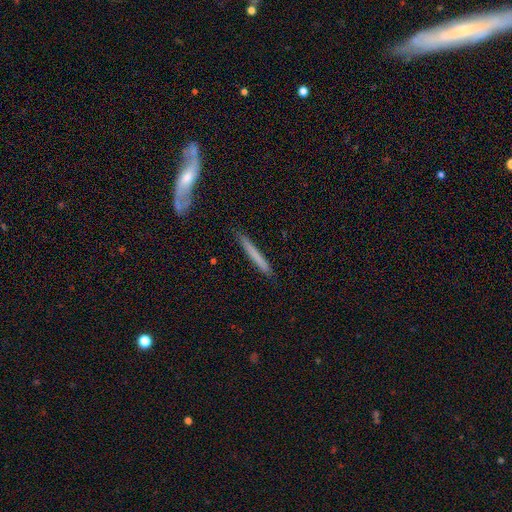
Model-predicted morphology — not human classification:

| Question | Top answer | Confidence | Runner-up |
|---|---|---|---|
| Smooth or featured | smooth | 64% | featured or disk (30%) |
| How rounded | cigar-shaped | 96% | in between (2%) |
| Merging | none | 86% | minor disturbance (10%) |